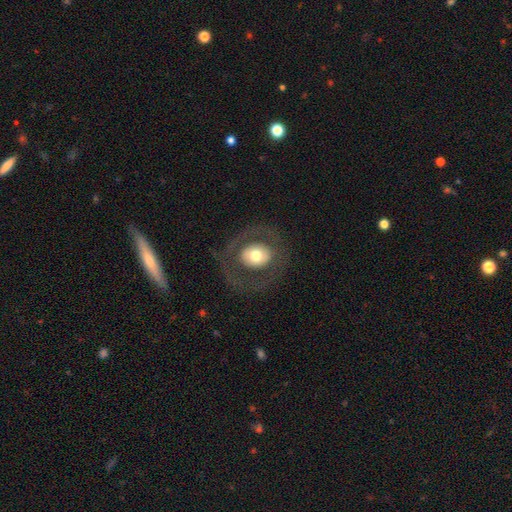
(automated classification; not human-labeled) Smooth or featured: smooth — 51% (featured or disk — 42%)
How rounded: round — 69% (in between — 30%)
Merging: none — 77% (major disturbance — 12%)